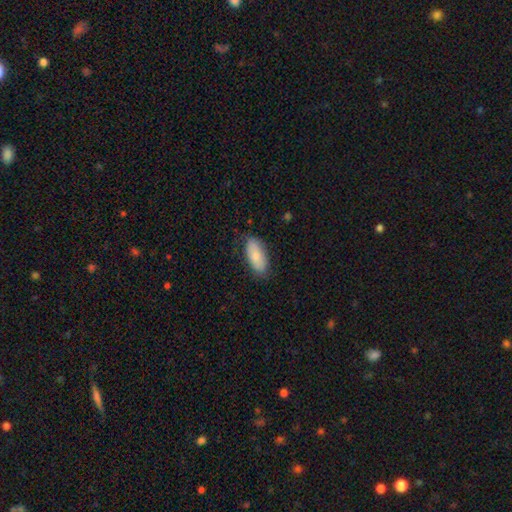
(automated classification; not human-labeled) This appears to be a smooth galaxy with no disk features (78%) that is in between round and cigar-shaped (89%). Merging: none (78%).